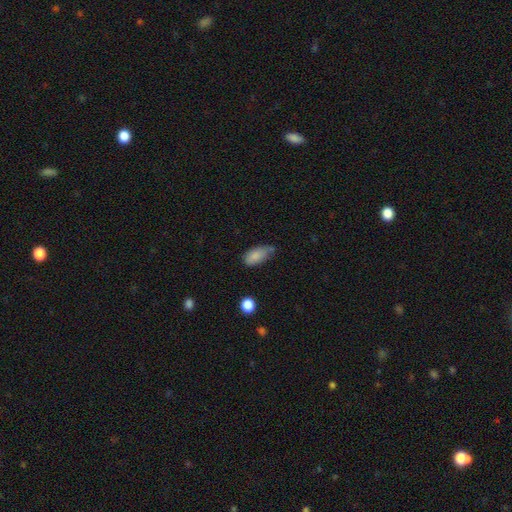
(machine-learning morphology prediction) This is clearly a smooth galaxy (84%). How rounded: clearly in between (90%). Merging: possibly none (45%).